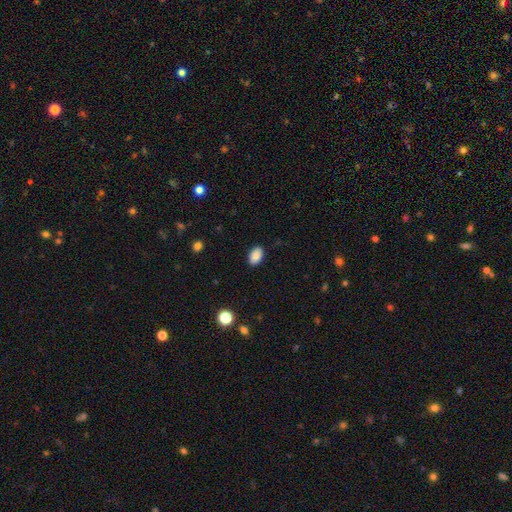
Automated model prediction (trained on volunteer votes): The model was most divided on "merging": none: 88%, minor disturbance: 9%, major disturbance: 2%, merger: 1%. More confident: how rounded — in between (91%); smooth or featured — smooth (89%).